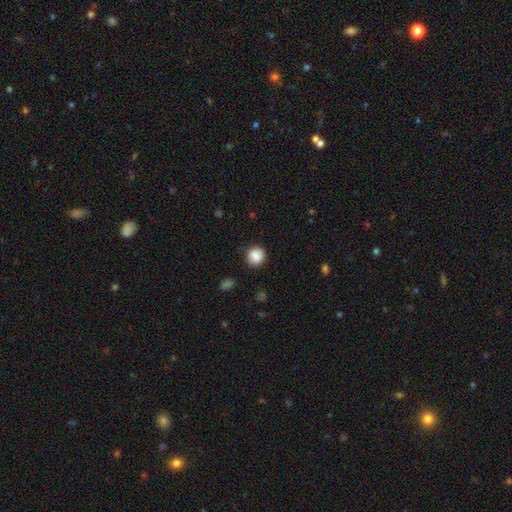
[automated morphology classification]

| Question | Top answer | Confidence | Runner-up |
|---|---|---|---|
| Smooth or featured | smooth | 88% | star or artifact (9%) |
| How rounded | round | 85% | in between (14%) |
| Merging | none | 82% | minor disturbance (13%) |